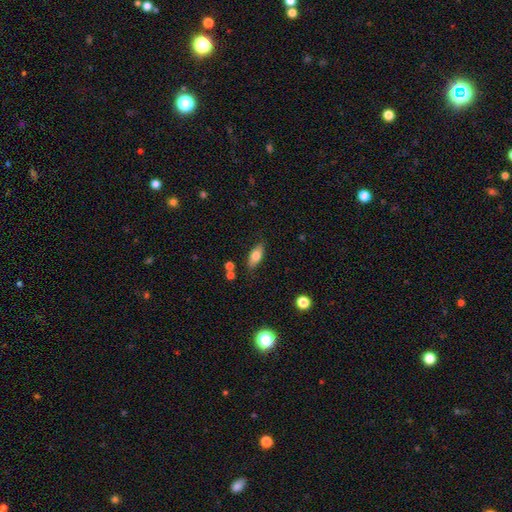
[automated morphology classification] smooth_or_featured: smooth (p=0.72) [alt: featured or disk p=0.20]
how_rounded: in between (p=0.83) [alt: cigar-shaped p=0.14]
merging: none (p=0.80) [alt: minor disturbance p=0.14]